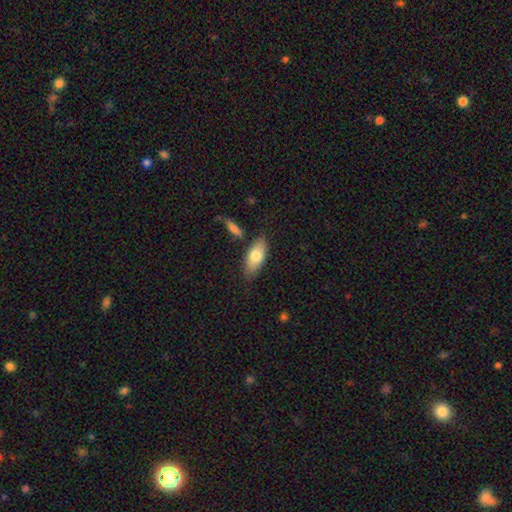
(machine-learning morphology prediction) Q: Smooth or featured?
A: smooth (74%); runner-up: featured or disk (20%)
Q: How rounded?
A: in between (85%); runner-up: cigar-shaped (12%)
Q: Merging?
A: none (77%); runner-up: minor disturbance (14%)